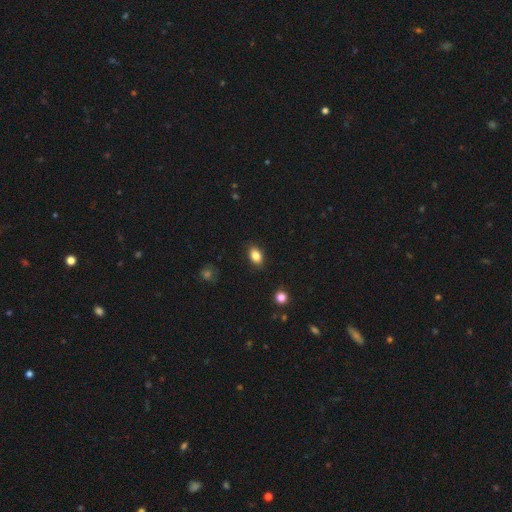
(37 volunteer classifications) A smooth galaxy with no disk features (92%) that is in between round and cigar-shaped (88%). Merging: none (94%).